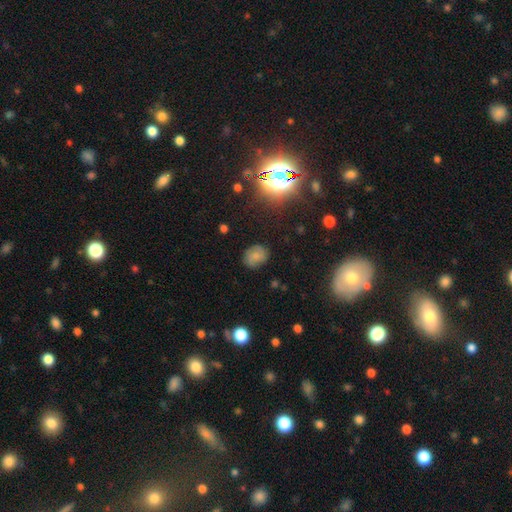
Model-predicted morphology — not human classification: type=smooth (64%); roundness=round (57%); merging=none (77%).